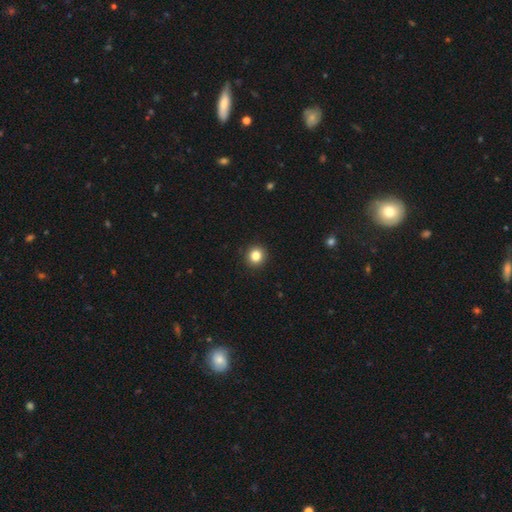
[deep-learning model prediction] Morphology: type=smooth (85%); roundness=round (92%); merging=none (93%).